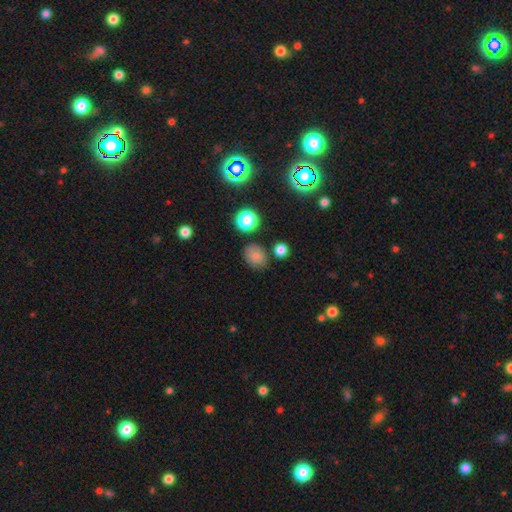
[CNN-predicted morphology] smooth_or_featured: smooth (p=0.77) [alt: star or artifact p=0.16]
how_rounded: round (p=0.57) [alt: in between p=0.42]
merging: none (p=0.75) [alt: minor disturbance p=0.15]